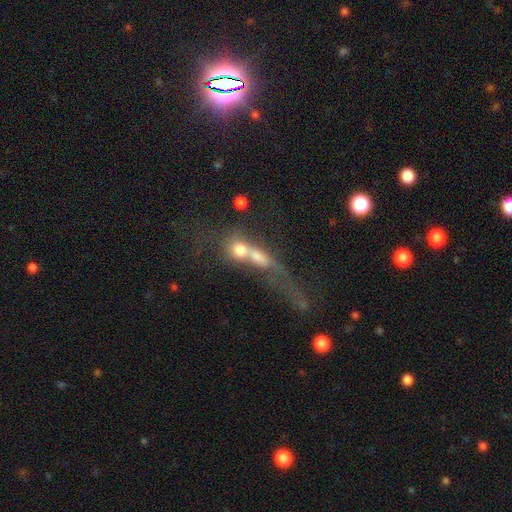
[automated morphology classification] Smooth or featured?
  - smooth: 51% *
  - featured or disk: 35%
  - star or artifact: 14%
How rounded?
  - round: 37% *
  - in between: 36%
  - cigar-shaped: 27%
Merging?
  - merger: 70% *
  - major disturbance: 14%
  - none: 11%
  - minor disturbance: 6%